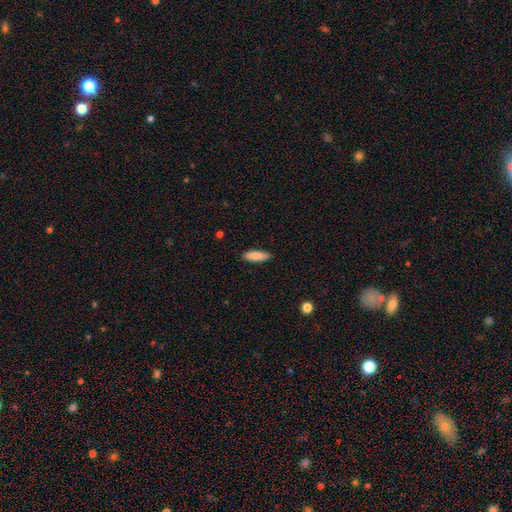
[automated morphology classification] Q: Smooth or featured?
A: smooth (88%); runner-up: star or artifact (6%)
Q: How rounded?
A: cigar-shaped (51%); runner-up: in between (47%)
Q: Merging?
A: none (87%); runner-up: minor disturbance (10%)